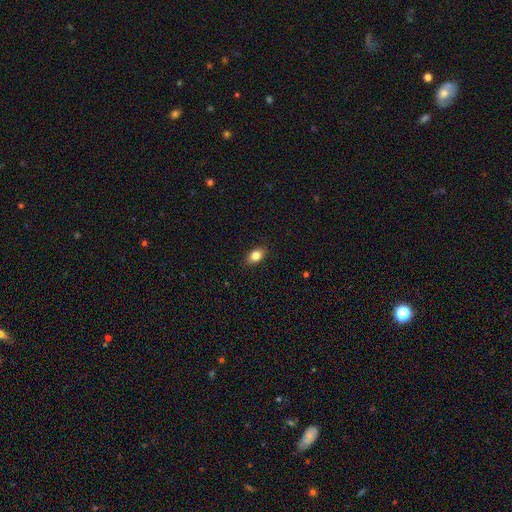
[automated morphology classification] This appears to be a smooth galaxy with no disk features (84%) that is in between round and cigar-shaped (85%). Merging: none (88%).